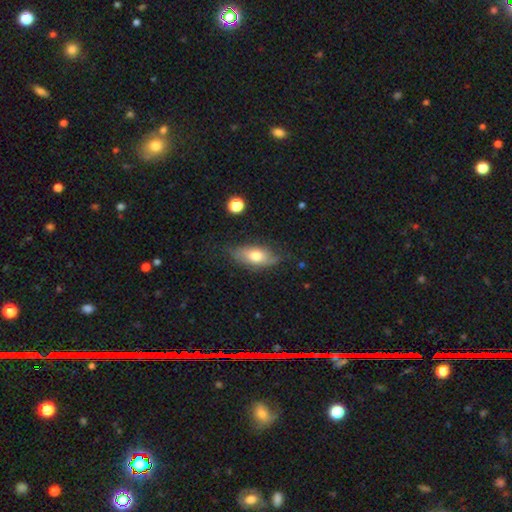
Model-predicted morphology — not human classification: smooth-or-featured: smooth: 63% | featured or disk: 30% | star or artifact: 7%
  how-rounded: in between: 85% | cigar-shaped: 10% | round: 5%
  merging: none: 66% | minor disturbance: 26% | major disturbance: 7% | merger: 2%